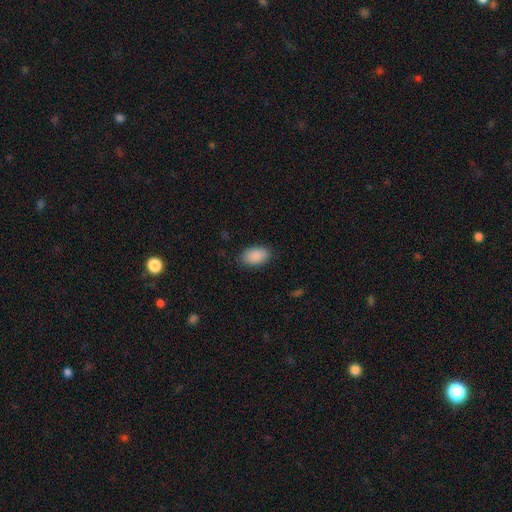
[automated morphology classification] Smooth or featured? smooth (90%)
How rounded? in between (92%)
Merging? none (85%)